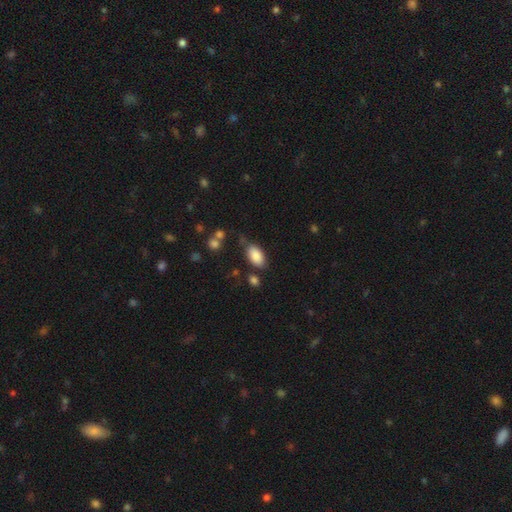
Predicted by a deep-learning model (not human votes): This appears to be a smooth galaxy with no disk features (85%) that is in between round and cigar-shaped (94%). Merging: none (69%).